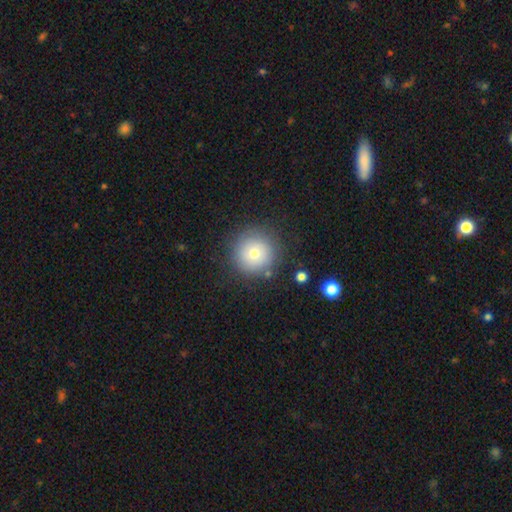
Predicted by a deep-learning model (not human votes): Q: Smooth or featured?
A: smooth (72%); runner-up: featured or disk (16%)
Q: How rounded?
A: round (95%); runner-up: in between (4%)
Q: Merging?
A: none (83%); runner-up: minor disturbance (10%)